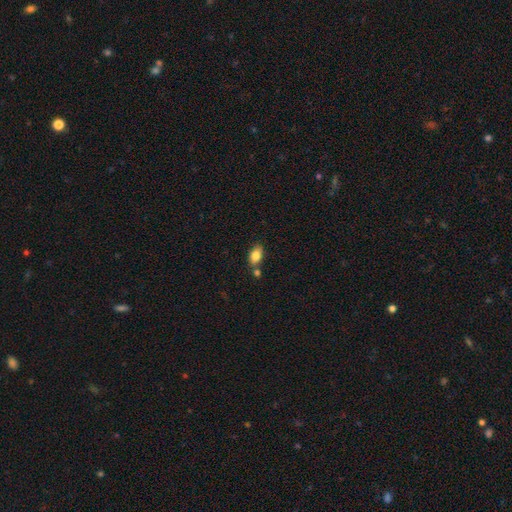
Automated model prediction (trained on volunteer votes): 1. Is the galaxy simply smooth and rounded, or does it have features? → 83% smooth, 9% featured or disk, 8% star or artifact.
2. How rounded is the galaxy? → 89% in between, 8% round, 3% cigar-shaped.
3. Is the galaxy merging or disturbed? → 65% none, 18% merger, 14% minor disturbance, 3% major disturbance.